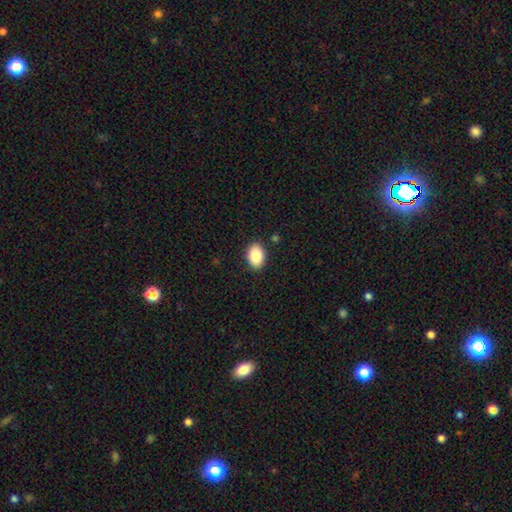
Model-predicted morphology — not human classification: This appears to be a smooth galaxy with no disk features (85%) that is in between round and cigar-shaped (84%). Merging: none (88%).